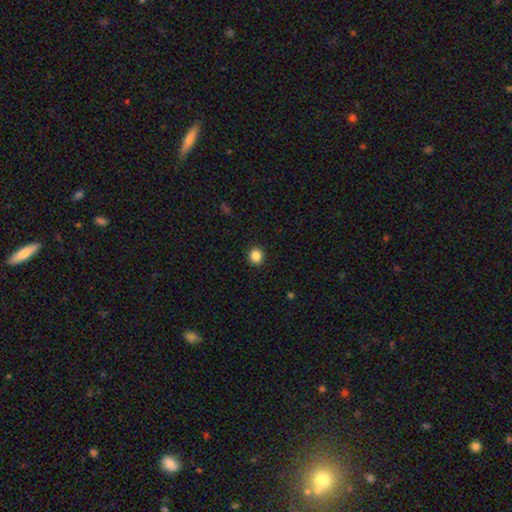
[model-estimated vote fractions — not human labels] A smooth galaxy with no disk features (85%) that is round (87%). Merging: none (93%).